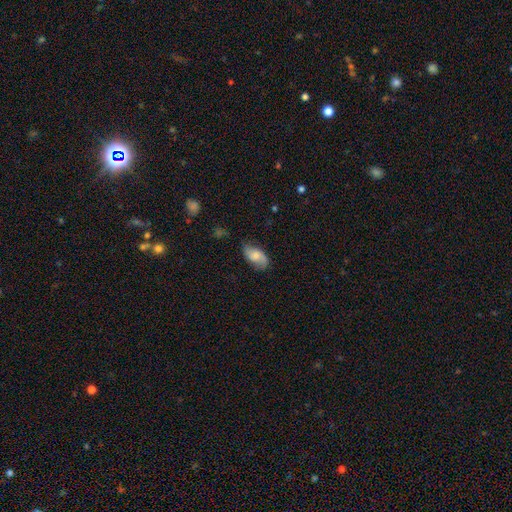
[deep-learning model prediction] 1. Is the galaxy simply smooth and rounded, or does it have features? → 53% smooth, 39% featured or disk, 8% star or artifact.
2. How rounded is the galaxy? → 92% in between, 5% round, 3% cigar-shaped.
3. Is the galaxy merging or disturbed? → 70% none, 22% minor disturbance, 6% major disturbance, 2% merger.